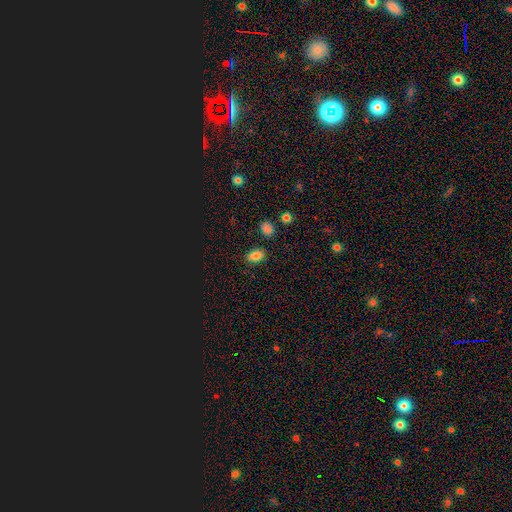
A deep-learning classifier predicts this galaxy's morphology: smooth-or-featured: smooth: 83% | star or artifact: 11% | featured or disk: 6%
  how-rounded: in between: 85% | round: 13% | cigar-shaped: 2%
  merging: none: 84% | minor disturbance: 10% | merger: 3% | major disturbance: 3%